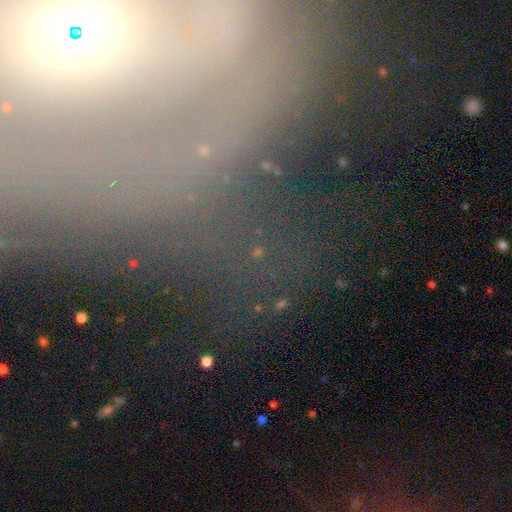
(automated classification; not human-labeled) Overall: star or artifact (41%; featured or disk 38%).